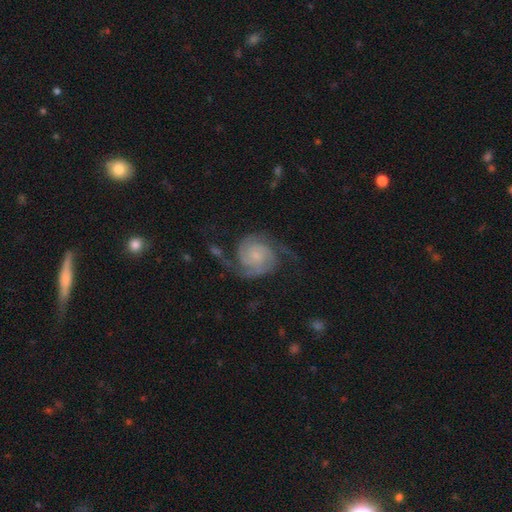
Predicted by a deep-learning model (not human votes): A featured or disk galaxy (89%) with no bar (70%), 2 (87%) medium (44%) spiral arms (98%) and a small central bulge (62%). Merging: none (70%).